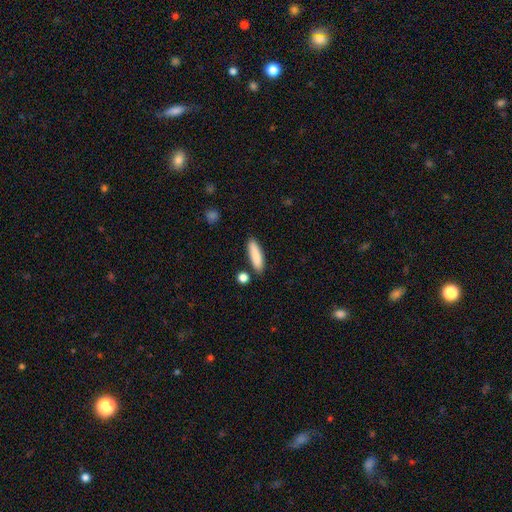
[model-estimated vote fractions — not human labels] Morphology: type=smooth (87%); roundness=cigar-shaped (65%); merging=none (84%).